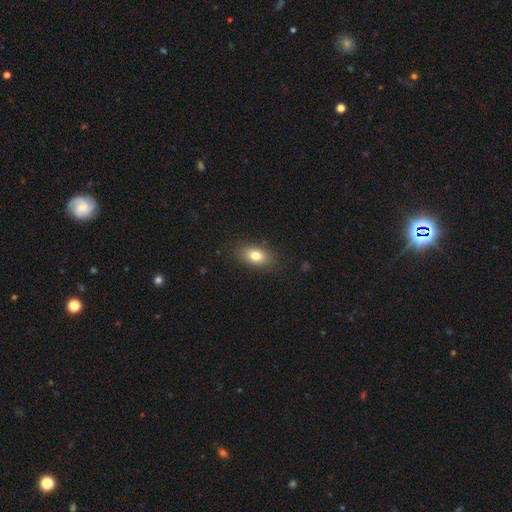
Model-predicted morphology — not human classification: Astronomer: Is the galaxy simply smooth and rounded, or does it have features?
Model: smooth — 79%.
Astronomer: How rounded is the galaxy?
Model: in between — 85%.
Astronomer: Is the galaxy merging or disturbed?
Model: none — 85%.